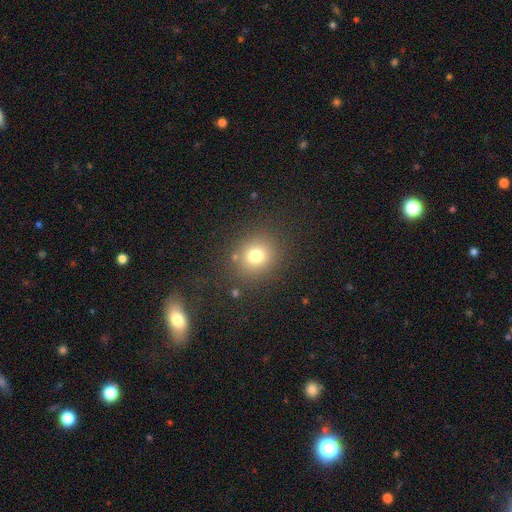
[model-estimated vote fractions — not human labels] A smooth galaxy with no disk features (75%) that is round (84%). Merging: none (85%).